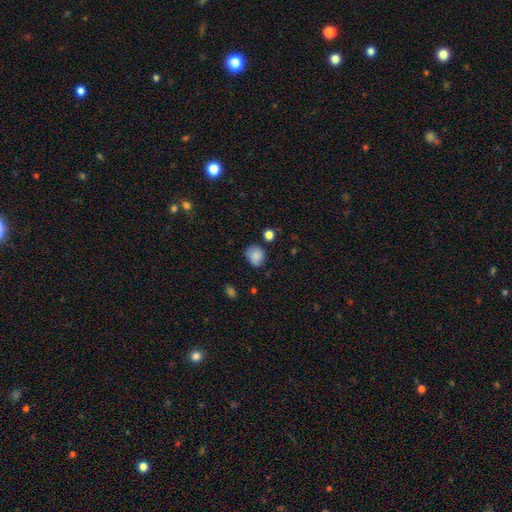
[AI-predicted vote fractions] smooth_or_featured: smooth (p=0.82) [alt: featured or disk p=0.09]
how_rounded: round (p=0.65) [alt: in between p=0.34]
merging: none (p=0.63) [alt: minor disturbance p=0.27]